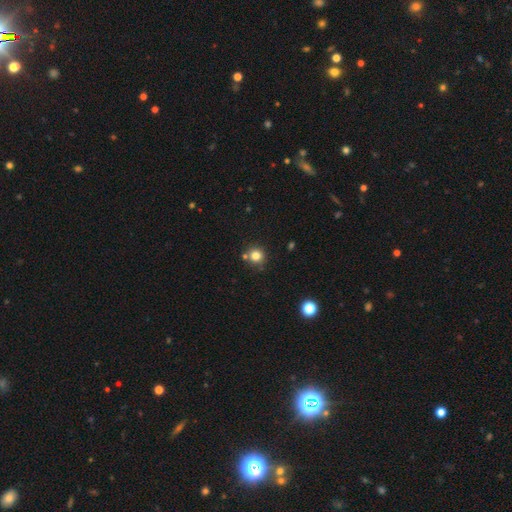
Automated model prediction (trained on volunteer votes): Smooth or featured?
  - smooth: 80% *
  - star or artifact: 13%
  - featured or disk: 7%
How rounded?
  - round: 91% *
  - in between: 8%
  - cigar-shaped: 1%
Merging?
  - none: 75% *
  - merger: 13%
  - minor disturbance: 10%
  - major disturbance: 3%